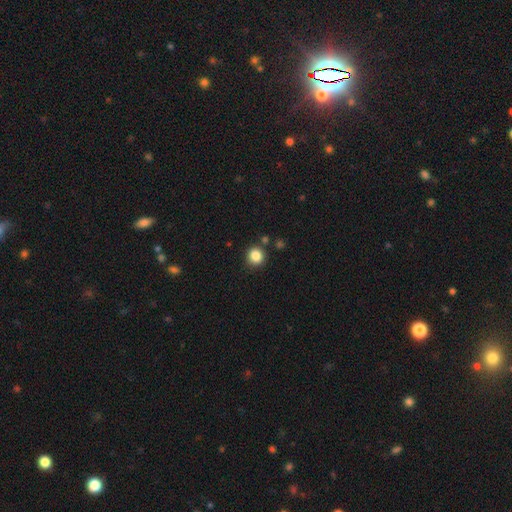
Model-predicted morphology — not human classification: smooth 85%, star or artifact 11%, featured or disk 4%. Down the decision tree: how rounded — round (91%); merging — none (85%).